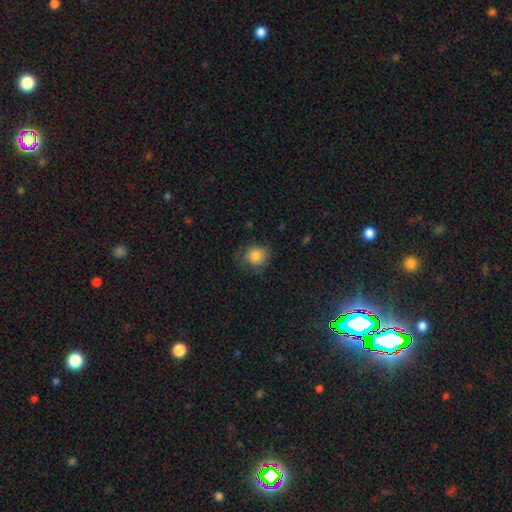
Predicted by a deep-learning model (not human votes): Overall: smooth (80%). How rounded: round (80%). Merging: none (67%).